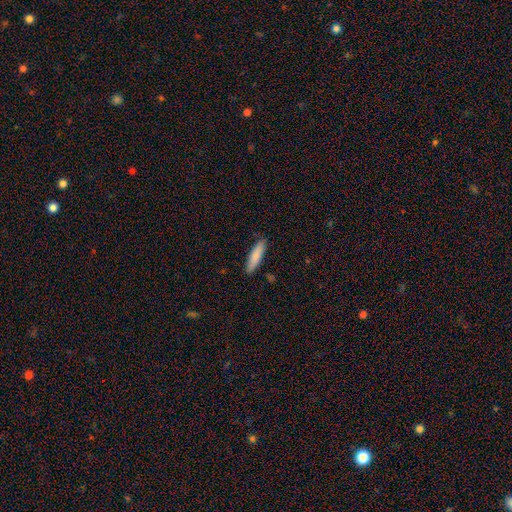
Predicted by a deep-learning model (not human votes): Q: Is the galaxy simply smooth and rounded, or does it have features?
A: smooth — 84%.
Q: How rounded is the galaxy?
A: cigar-shaped — 77%.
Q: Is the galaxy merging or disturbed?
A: none — 88%.